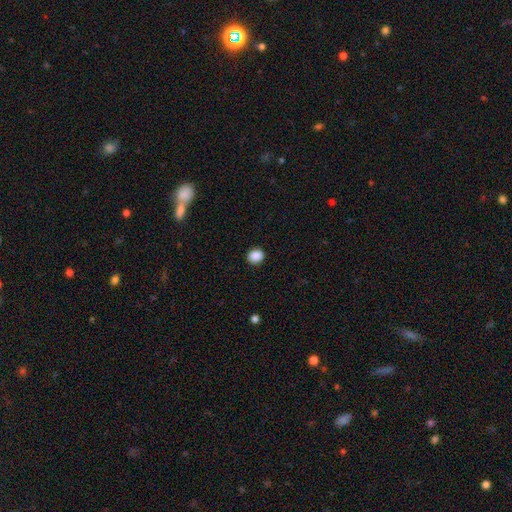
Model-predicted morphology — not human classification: A smooth galaxy with no disk features (89%) that is round (68%).

Vote fractions:
- Smooth or featured? smooth: 89% / star or artifact: 9% / featured or disk: 2%
- How rounded? round: 68% / in between: 31% / cigar-shaped: 1%
- Merging? none: 91% / minor disturbance: 6% / major disturbance: 2% / merger: 1%